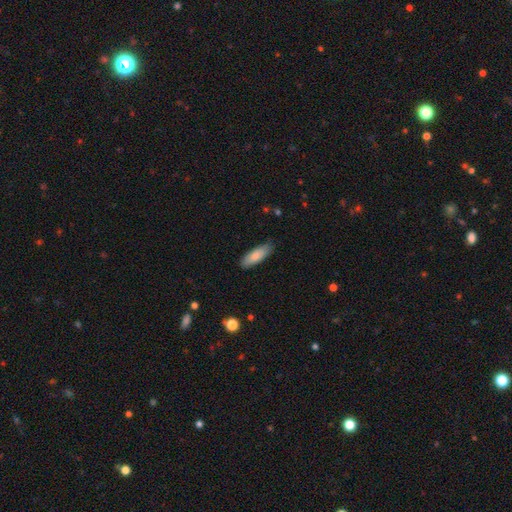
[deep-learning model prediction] Smooth or featured?
  - smooth: 84% *
  - featured or disk: 10%
  - star or artifact: 6%
How rounded?
  - in between: 58% *
  - cigar-shaped: 41%
  - round: 2%
Merging?
  - none: 84% *
  - minor disturbance: 13%
  - major disturbance: 2%
  - merger: 1%